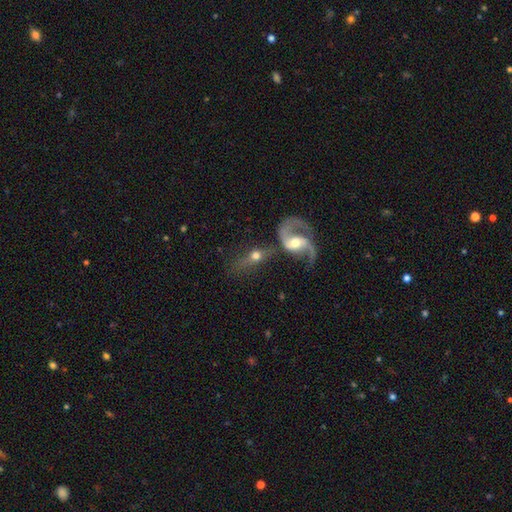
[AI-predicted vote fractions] Smooth or featured: featured or disk — 62% (smooth — 29%)
Edge-on disk: no — 82% (yes — 18%)
Bar: no — 51% (weak — 34%)
Spiral arms: yes — 78% (no — 22%)
Bulge size: moderate — 63% (small — 21%)
Merging: merger — 39% (none — 36%)